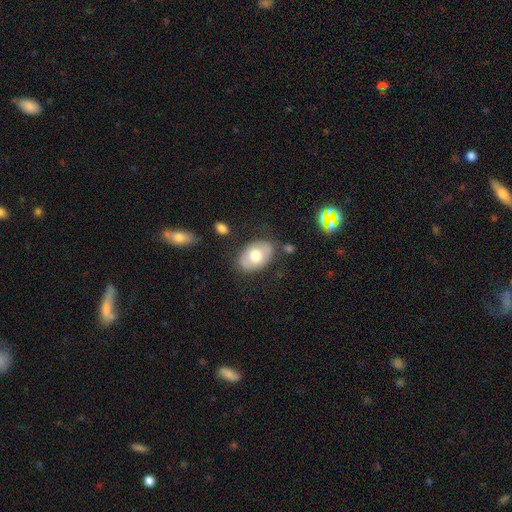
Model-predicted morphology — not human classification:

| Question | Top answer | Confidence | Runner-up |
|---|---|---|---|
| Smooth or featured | smooth | 66% | featured or disk (28%) |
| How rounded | in between | 86% | round (13%) |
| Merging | none | 76% | minor disturbance (15%) |